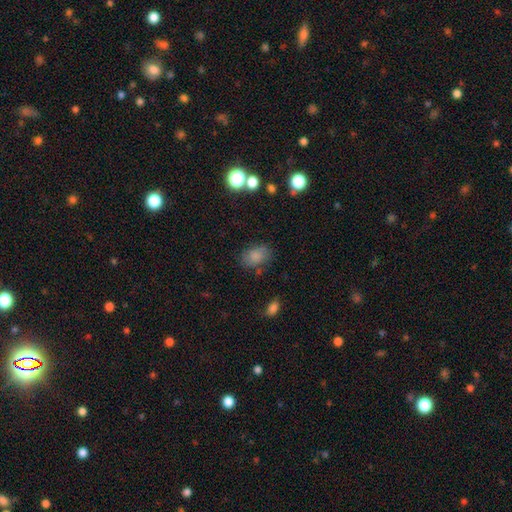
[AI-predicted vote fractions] This is clearly a smooth galaxy (82%). How rounded: clearly in between (82%). Merging: likely none (75%).